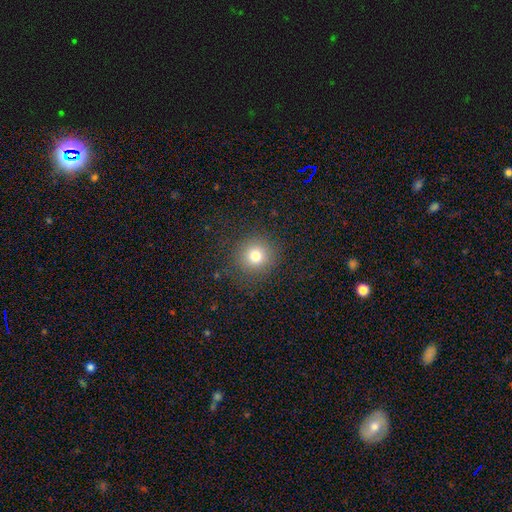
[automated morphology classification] Q: Smooth or featured?
A: smooth (78%); runner-up: star or artifact (14%)
Q: How rounded?
A: round (93%); runner-up: in between (6%)
Q: Merging?
A: none (87%); runner-up: minor disturbance (8%)